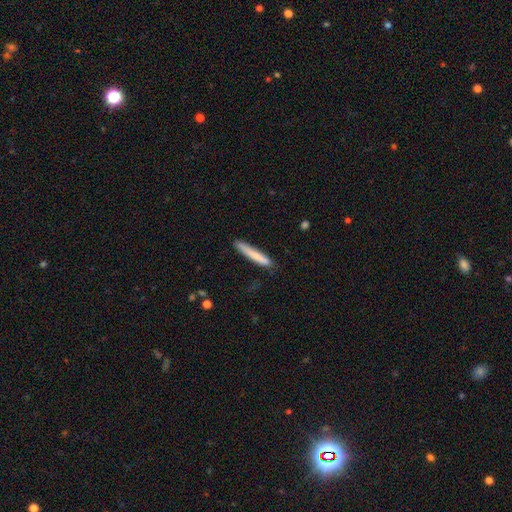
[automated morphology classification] This appears to be a smooth galaxy with no disk features (77%) that is cigar-shaped (95%). Merging: none (82%).